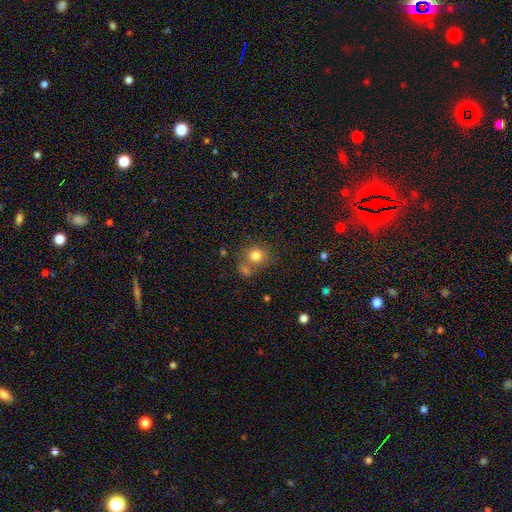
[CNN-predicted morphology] type=smooth (80%); roundness=round (84%); merging=none (58%).